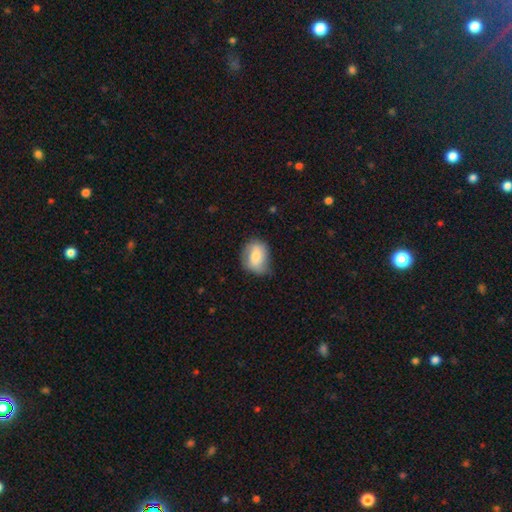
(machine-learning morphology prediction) smooth 65%, featured or disk 28%, star or artifact 7%. Down the decision tree: how rounded — in between (60%); merging — none (54%).